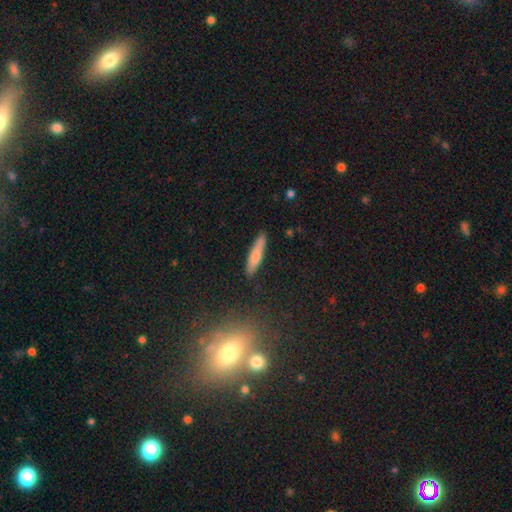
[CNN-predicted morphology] The model was most divided on "smooth or featured": smooth: 74%, featured or disk: 20%, star or artifact: 6%. More confident: merging — none (87%); how rounded — cigar-shaped (87%).